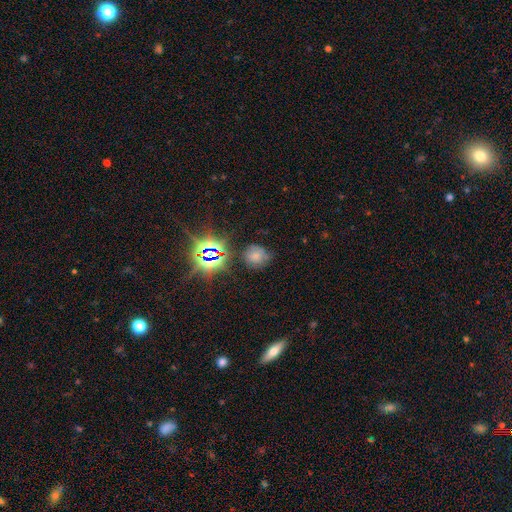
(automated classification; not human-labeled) A smooth galaxy with no disk features (54%) that is round (79%). Merging: none (67%).